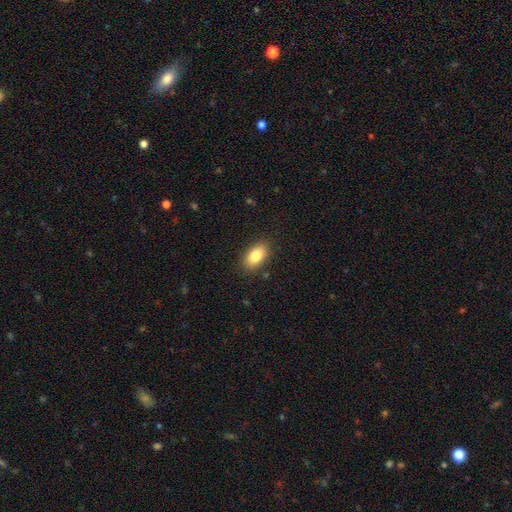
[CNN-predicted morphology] A smooth galaxy with no disk features (82%) that is in between round and cigar-shaped (92%). Merging: none (87%).